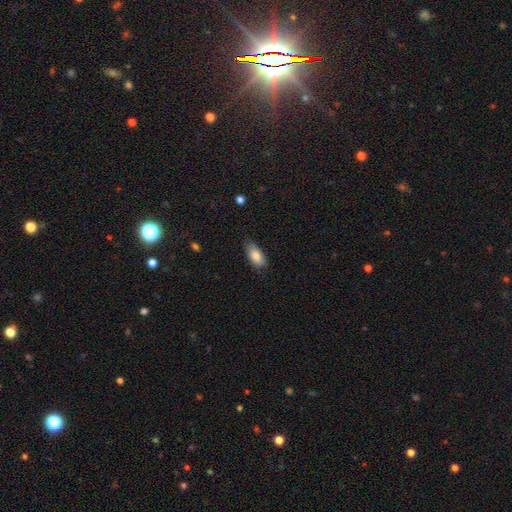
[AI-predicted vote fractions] Smooth or featured: smooth — 84% (featured or disk — 9%)
How rounded: in between — 88% (cigar-shaped — 9%)
Merging: none — 68% (minor disturbance — 27%)